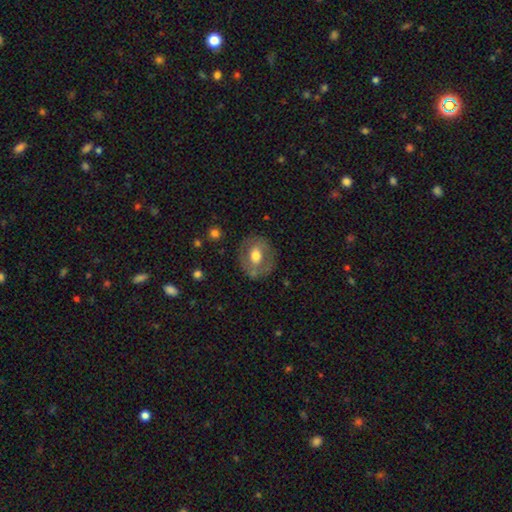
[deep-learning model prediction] Smooth or featured: featured or disk — 49% (smooth — 44%)
Merging: none — 75% (minor disturbance — 16%)